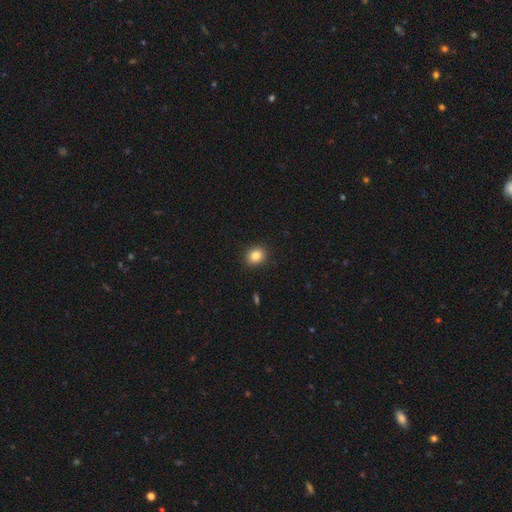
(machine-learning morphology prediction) smooth 84%, star or artifact 10%, featured or disk 5%. Down the decision tree: how rounded — round (63%); merging — none (90%).